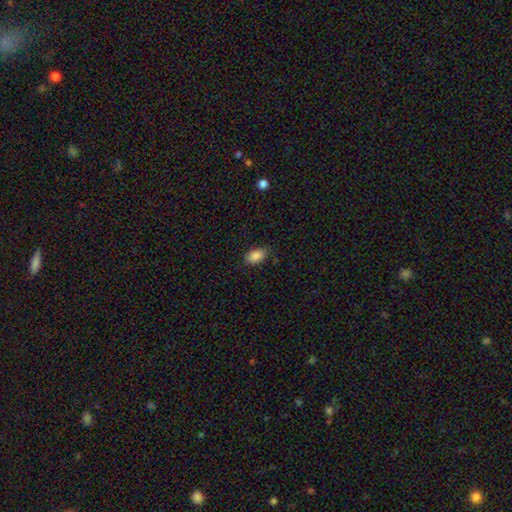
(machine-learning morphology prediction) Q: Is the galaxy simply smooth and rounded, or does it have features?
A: smooth — 89%.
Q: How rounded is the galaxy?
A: in between — 92%.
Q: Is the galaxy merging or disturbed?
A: none — 84%.